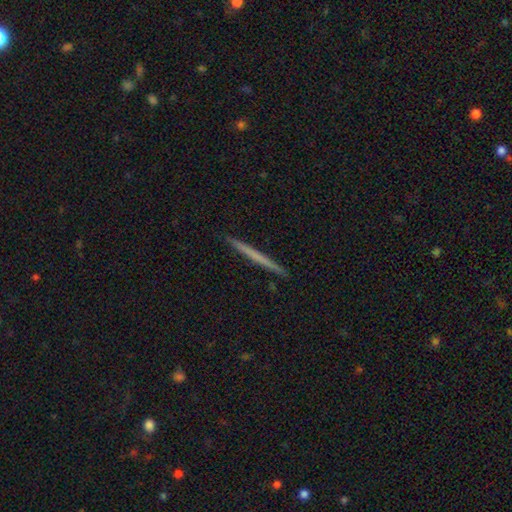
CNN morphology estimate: A smooth galaxy with no disk features (49%). Merging: none (93%).